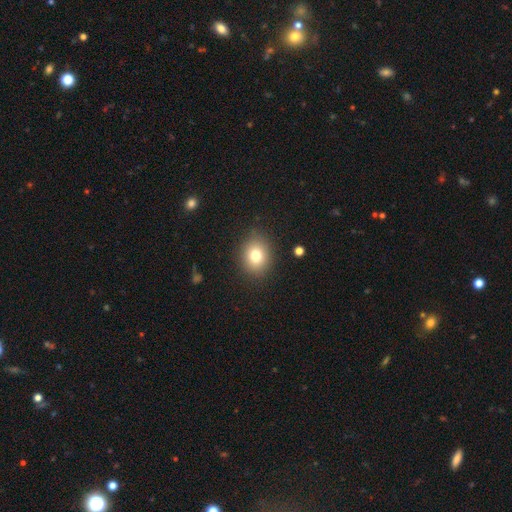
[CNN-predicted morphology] smooth-or-featured: smooth: 78% | star or artifact: 12% | featured or disk: 10%
  how-rounded: round: 59% | in between: 41% | cigar-shaped: 1%
  merging: none: 87% | minor disturbance: 9% | major disturbance: 3% | merger: 1%